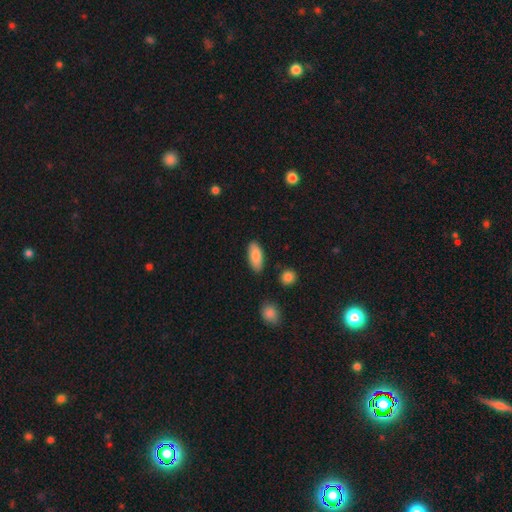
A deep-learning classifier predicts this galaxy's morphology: smooth-or-featured: smooth: 85% | featured or disk: 9% | star or artifact: 6%
  how-rounded: in between: 87% | cigar-shaped: 11% | round: 2%
  merging: none: 85% | minor disturbance: 10% | merger: 3% | major disturbance: 2%